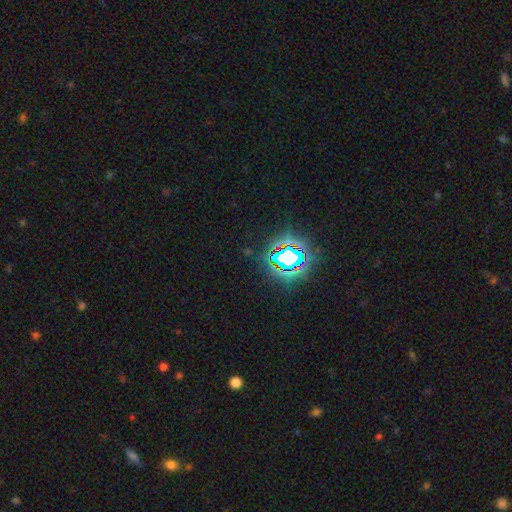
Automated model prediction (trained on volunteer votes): Q: Smooth or featured?
A: star or artifact (81%); runner-up: smooth (12%)